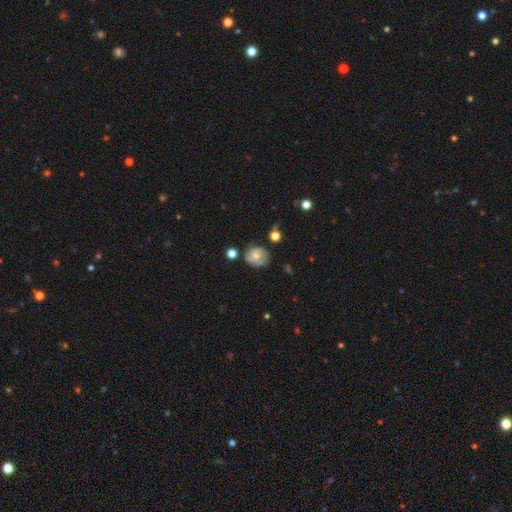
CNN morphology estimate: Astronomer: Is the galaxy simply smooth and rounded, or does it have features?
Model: smooth — 51% (runner-up: featured or disk, 40%).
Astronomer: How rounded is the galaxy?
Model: round — 72%.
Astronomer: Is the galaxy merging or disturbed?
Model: none — 60%.